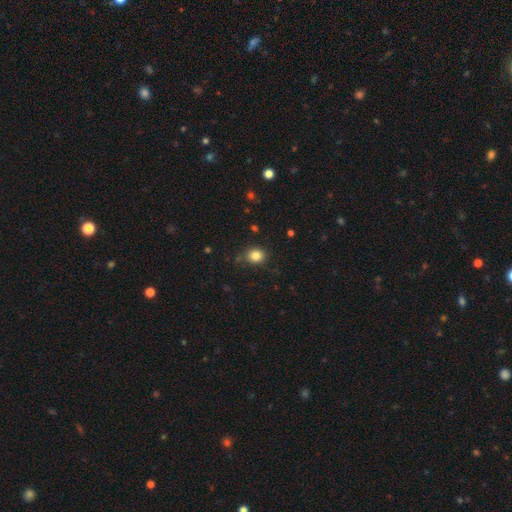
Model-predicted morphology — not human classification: This is clearly a smooth galaxy (83%). How rounded: likely round (73%). Merging: clearly none (80%).